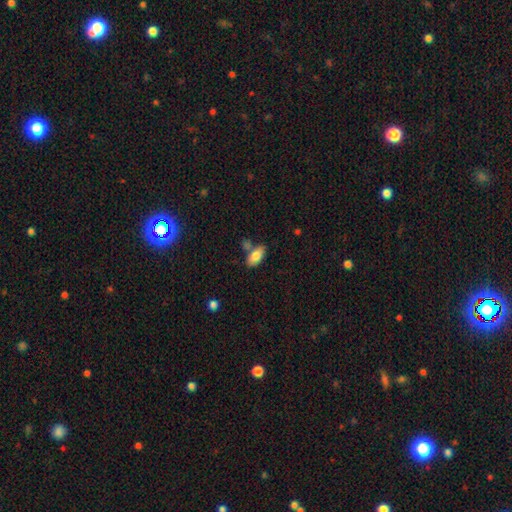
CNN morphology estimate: Smooth or featured?
  - smooth: 80% *
  - featured or disk: 13%
  - star or artifact: 7%
How rounded?
  - in between: 91% *
  - cigar-shaped: 6%
  - round: 3%
Merging?
  - none: 63% *
  - merger: 17%
  - minor disturbance: 16%
  - major disturbance: 4%